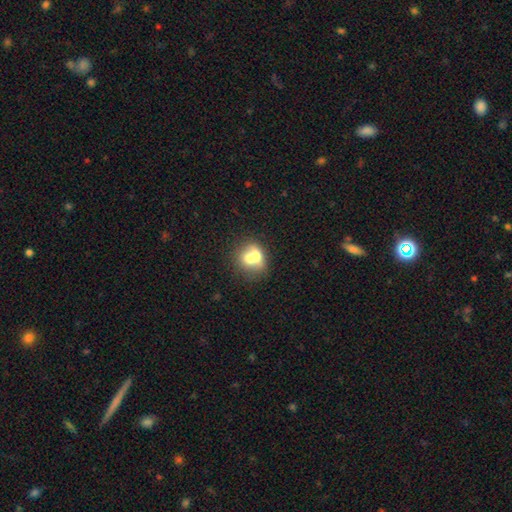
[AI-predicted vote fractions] Smooth or featured: smooth — 64% (featured or disk — 26%)
How rounded: round — 68% (in between — 31%)
Merging: merger — 58% (none — 29%)